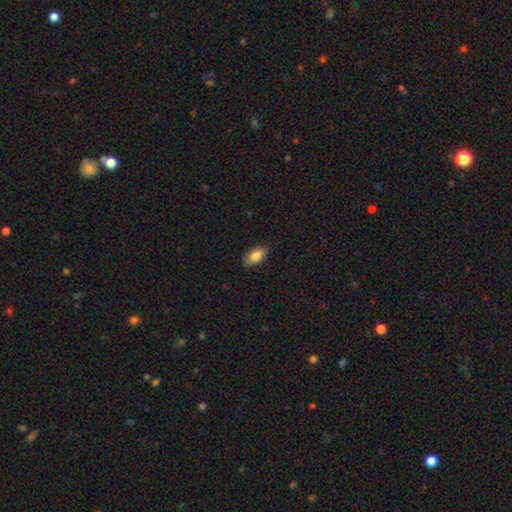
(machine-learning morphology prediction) smooth_or_featured: smooth (p=0.85) [alt: featured or disk p=0.08]
how_rounded: in between (p=0.89) [alt: cigar-shaped p=0.09]
merging: none (p=0.85) [alt: minor disturbance p=0.12]